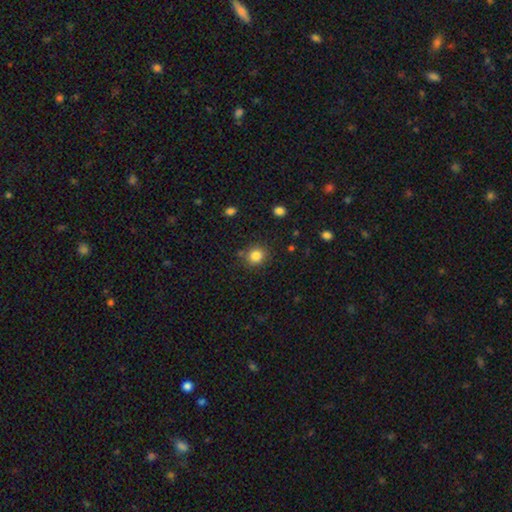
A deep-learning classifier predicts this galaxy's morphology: Smooth or featured?
  - smooth: 84% *
  - star or artifact: 11%
  - featured or disk: 5%
How rounded?
  - round: 86% *
  - in between: 13%
  - cigar-shaped: 1%
Merging?
  - none: 82% *
  - minor disturbance: 10%
  - merger: 5%
  - major disturbance: 3%